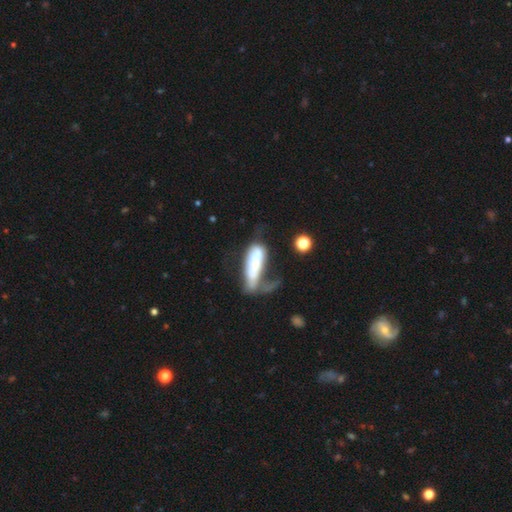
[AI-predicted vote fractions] smooth_or_featured: smooth (p=0.57) [alt: featured or disk p=0.34]
how_rounded: in between (p=0.61) [alt: cigar-shaped p=0.36]
merging: major disturbance (p=0.45) [alt: merger p=0.27]